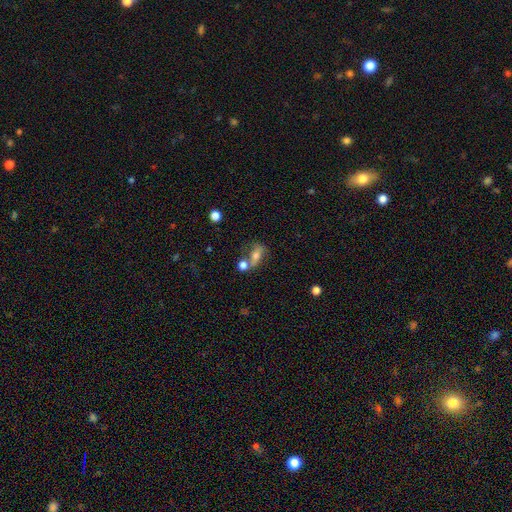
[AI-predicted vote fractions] Smooth or featured? Predicted: smooth (p=0.57). How rounded? Predicted: in between (p=0.69). Merging? Predicted: merger (p=0.39).